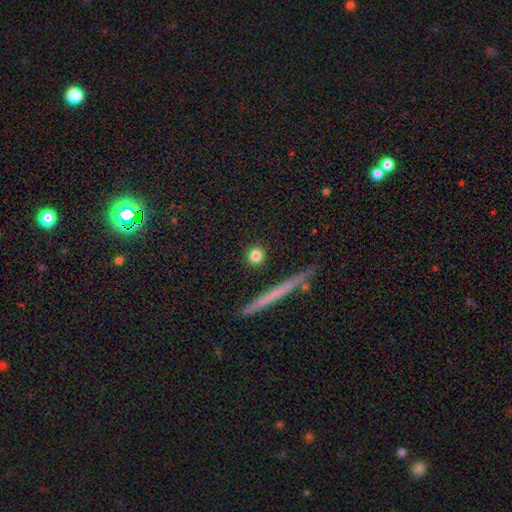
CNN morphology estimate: This is likely a smooth galaxy (80%). How rounded: clearly round (89%). Merging: clearly none (90%).